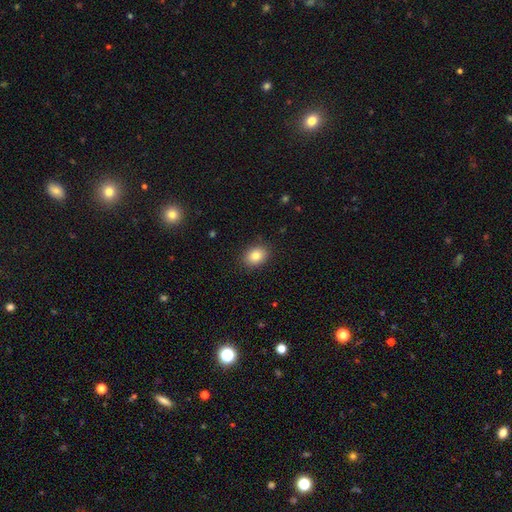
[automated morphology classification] Smooth or featured? smooth (84%)
How rounded? in between (65%)
Merging? none (88%)